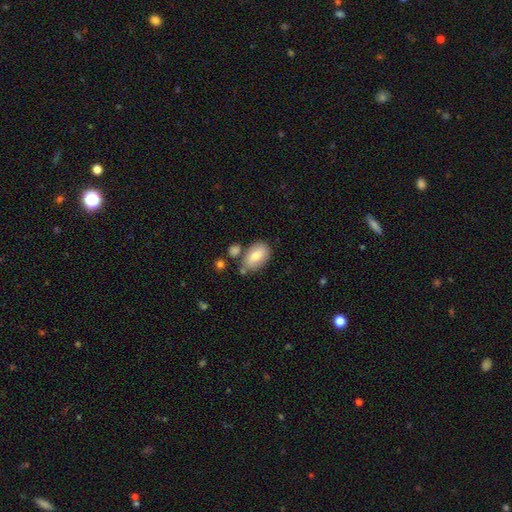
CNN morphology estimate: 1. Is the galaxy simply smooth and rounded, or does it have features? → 72% smooth, 20% featured or disk, 8% star or artifact.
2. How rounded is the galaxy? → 87% in between, 11% round, 2% cigar-shaped.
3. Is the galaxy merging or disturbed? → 67% none, 17% minor disturbance, 13% merger, 4% major disturbance.